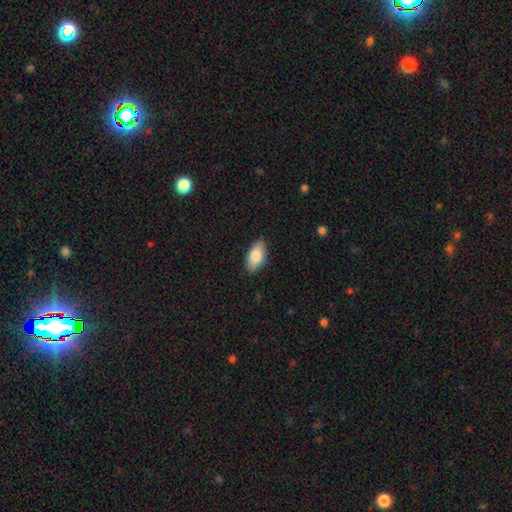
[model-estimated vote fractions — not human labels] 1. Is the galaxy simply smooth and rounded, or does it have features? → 85% smooth, 10% featured or disk, 6% star or artifact.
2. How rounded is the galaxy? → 92% in between, 5% cigar-shaped, 3% round.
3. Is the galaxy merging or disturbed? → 86% none, 11% minor disturbance, 2% major disturbance, 1% merger.